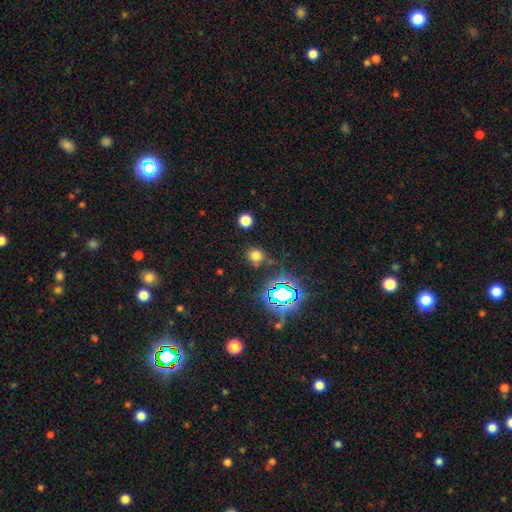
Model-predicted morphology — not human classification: Smooth or featured? smooth (65%)
How rounded? round (79%)
Merging? none (77%)